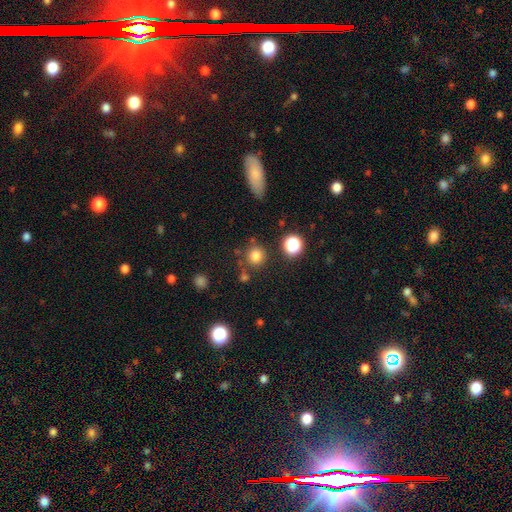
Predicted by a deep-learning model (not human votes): Smooth or featured?
  - smooth: 79% *
  - star or artifact: 15%
  - featured or disk: 6%
How rounded?
  - round: 91% *
  - in between: 8%
  - cigar-shaped: 1%
Merging?
  - none: 78% *
  - minor disturbance: 10%
  - merger: 8%
  - major disturbance: 4%